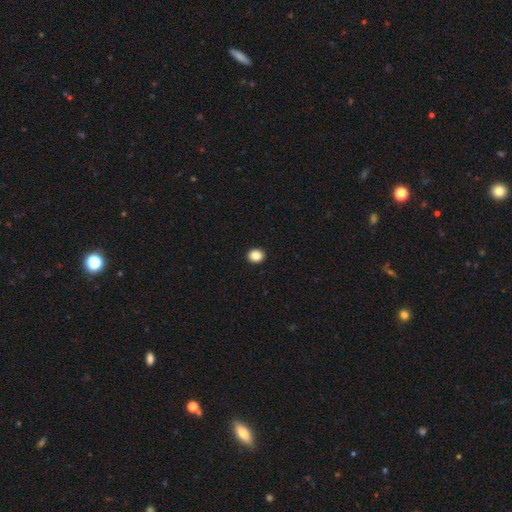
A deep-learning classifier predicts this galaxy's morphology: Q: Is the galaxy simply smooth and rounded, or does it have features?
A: smooth — 87%.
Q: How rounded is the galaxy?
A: round — 66%.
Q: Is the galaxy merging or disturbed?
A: none — 93%.